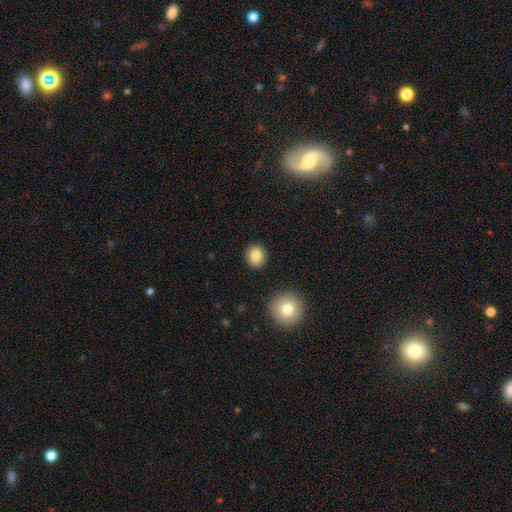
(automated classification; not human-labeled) A smooth galaxy with no disk features (84%) that is round (86%). Merging: none (90%).